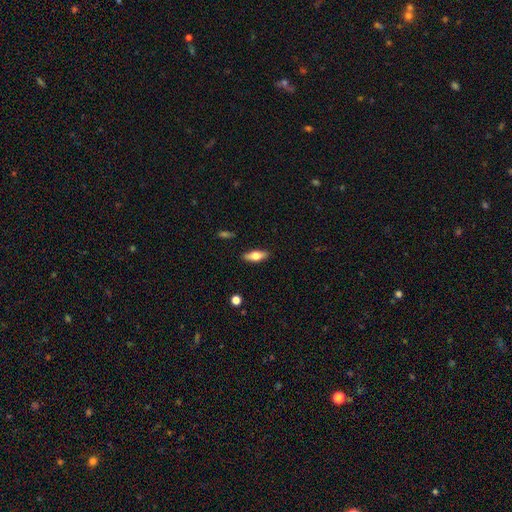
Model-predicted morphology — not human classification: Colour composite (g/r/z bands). It shows a smooth galaxy with no disk features (66%) that is in between round and cigar-shaped (71%). Merging: none (87%).